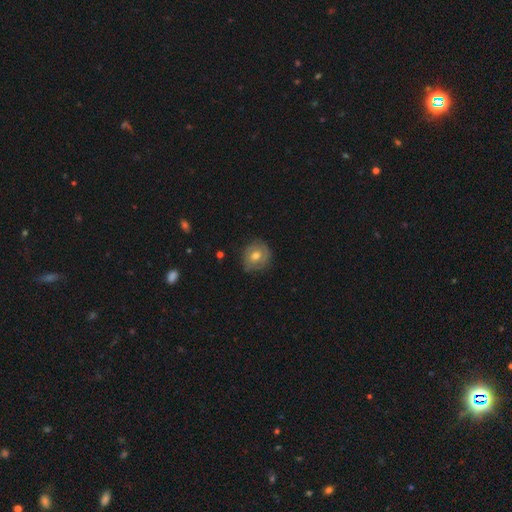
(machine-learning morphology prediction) Q: Smooth or featured?
A: smooth (53%); runner-up: featured or disk (39%)
Q: How rounded?
A: round (81%); runner-up: in between (18%)
Q: Merging?
A: none (75%); runner-up: minor disturbance (19%)